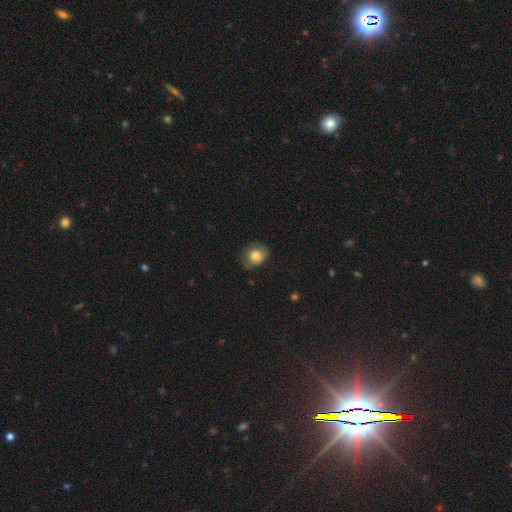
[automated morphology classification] Q: Smooth or featured?
A: smooth (78%); runner-up: featured or disk (13%)
Q: How rounded?
A: round (70%); runner-up: in between (30%)
Q: Merging?
A: none (67%); runner-up: minor disturbance (24%)